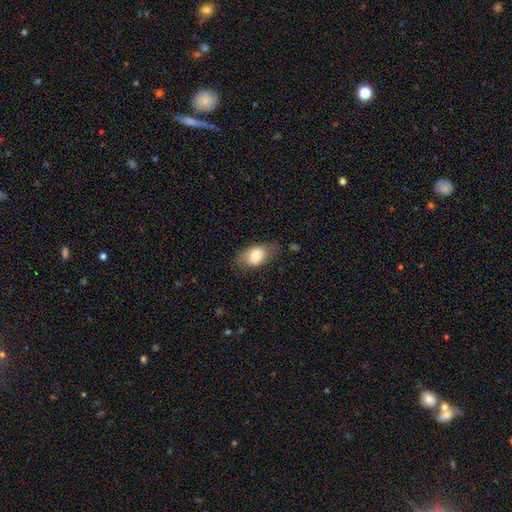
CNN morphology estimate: smooth-or-featured: smooth: 72% | featured or disk: 20% | star or artifact: 8%
  how-rounded: in between: 81% | round: 17% | cigar-shaped: 2%
  merging: none: 68% | minor disturbance: 23% | major disturbance: 8% | merger: 2%